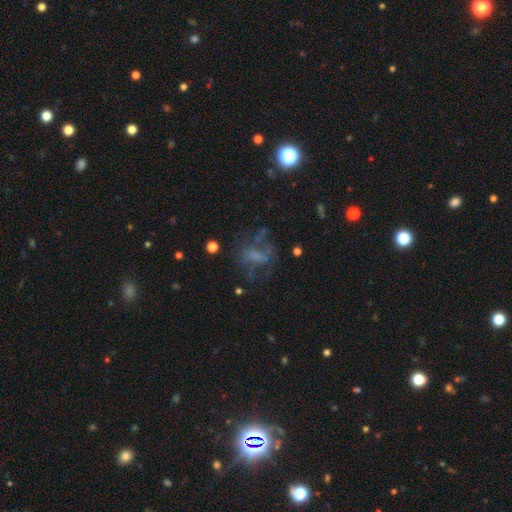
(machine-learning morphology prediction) featured or disk 44%, smooth 36%, star or artifact 21%. Down the decision tree: merging — none (48%).